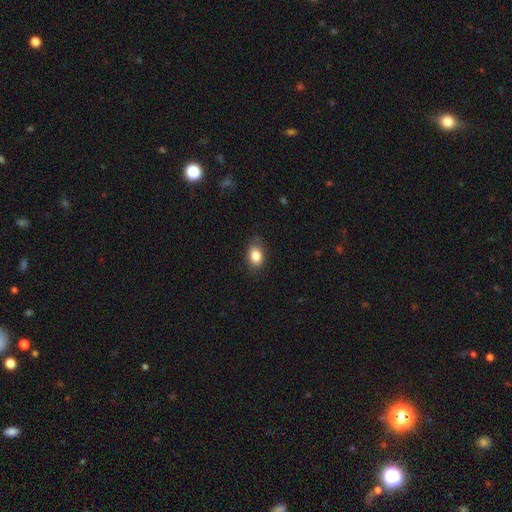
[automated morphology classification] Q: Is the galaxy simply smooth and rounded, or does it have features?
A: smooth — 84%.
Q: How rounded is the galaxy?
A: in between — 77%.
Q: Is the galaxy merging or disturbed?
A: none — 81%.